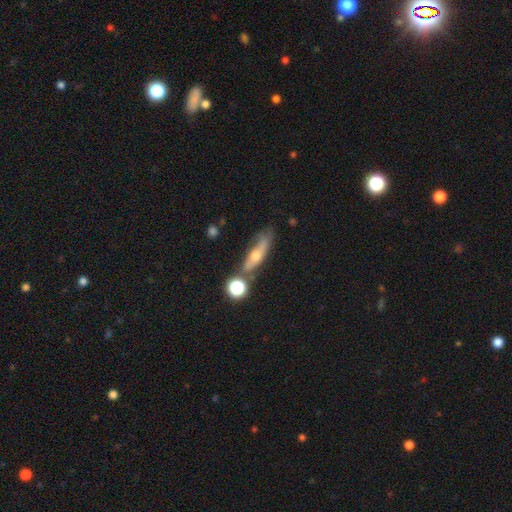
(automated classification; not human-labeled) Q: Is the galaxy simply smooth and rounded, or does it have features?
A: featured or disk — 45%, tied with smooth.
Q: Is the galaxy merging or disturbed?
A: none — 54%.